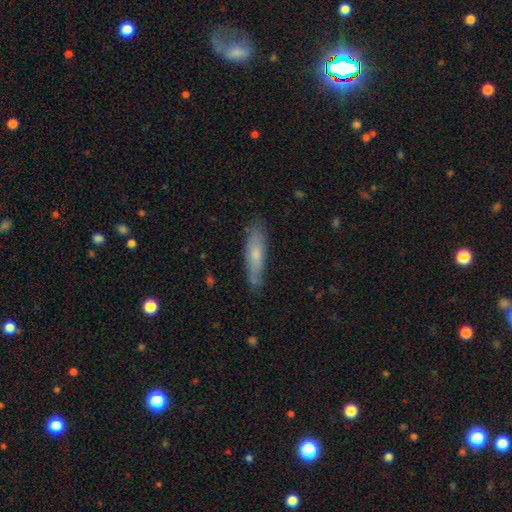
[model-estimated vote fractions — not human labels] A smooth galaxy with no disk features (65%) that is cigar-shaped (74%). Merging: none (75%).